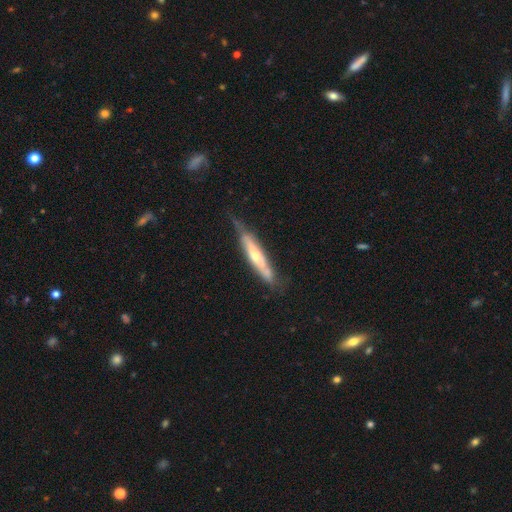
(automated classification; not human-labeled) Smooth or featured? Predicted: featured or disk (p=0.65). Edge-on disk? Predicted: yes (p=0.78). Edge-on bulge? Predicted: rounded (p=0.73). Merging? Predicted: none (p=0.58).